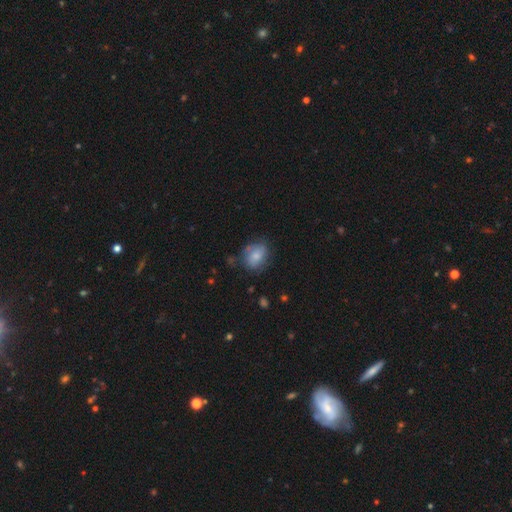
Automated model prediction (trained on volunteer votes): This is likely a smooth galaxy (69%). How rounded: possibly in between (53%). Merging: possibly none (60%).